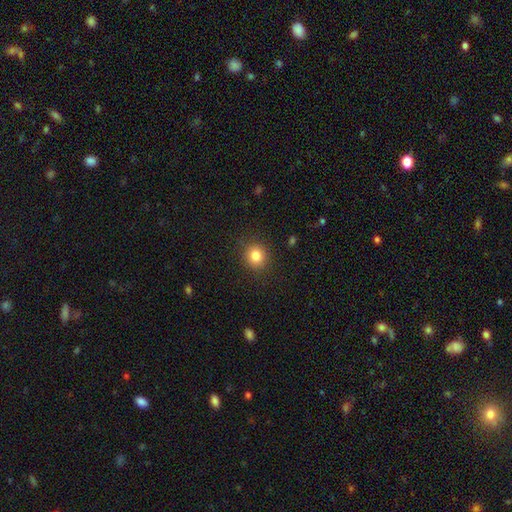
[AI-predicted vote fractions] smooth 83%, star or artifact 11%, featured or disk 6%. Down the decision tree: how rounded — round (81%); merging — none (88%).